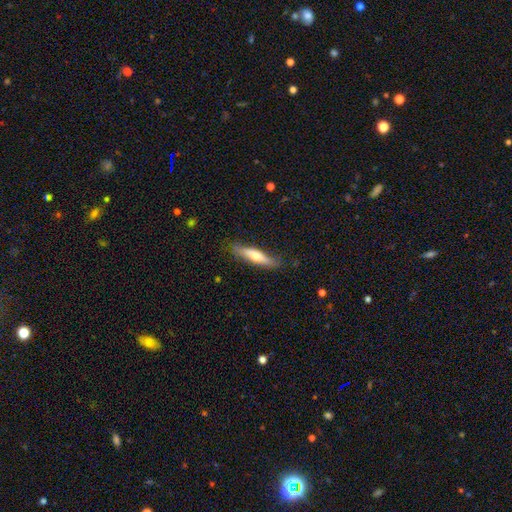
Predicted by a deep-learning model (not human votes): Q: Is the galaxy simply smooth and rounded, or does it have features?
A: smooth — 57%.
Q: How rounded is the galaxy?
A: cigar-shaped — 75%.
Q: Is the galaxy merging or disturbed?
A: none — 78%.